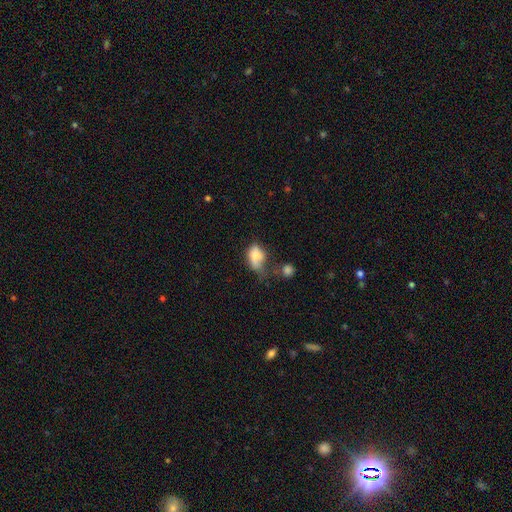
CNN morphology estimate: smooth 74%, featured or disk 17%, star or artifact 9%. Down the decision tree: how rounded — in between (80%); merging — minor disturbance (32%).